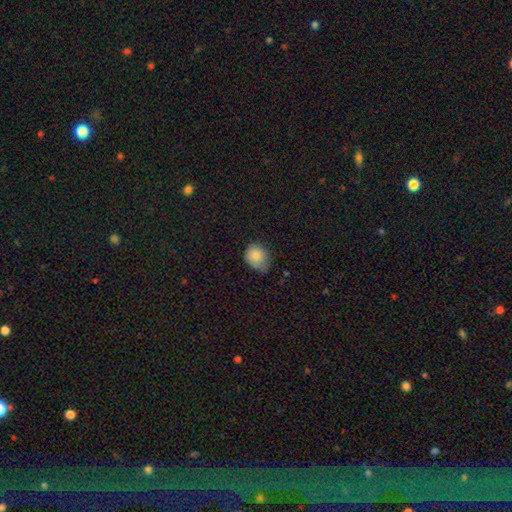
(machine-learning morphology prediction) A smooth galaxy with no disk features (85%) that is round (56%).

Vote fractions:
- Smooth or featured? smooth: 85% / star or artifact: 9% / featured or disk: 6%
- How rounded? round: 56% / in between: 43% / cigar-shaped: 1%
- Merging? none: 55% / minor disturbance: 36% / major disturbance: 7% / merger: 1%